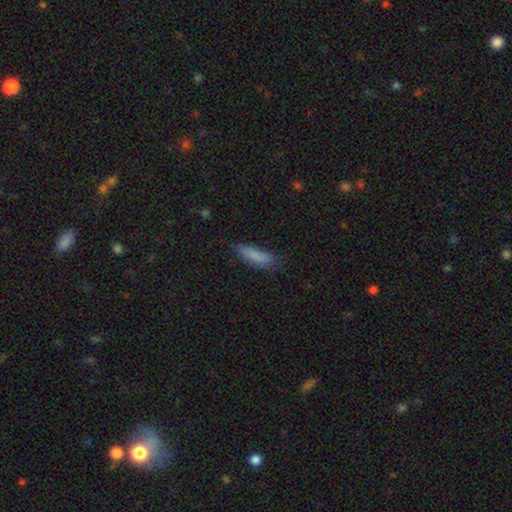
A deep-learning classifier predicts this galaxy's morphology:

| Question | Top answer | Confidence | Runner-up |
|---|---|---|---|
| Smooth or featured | smooth | 82% | featured or disk (10%) |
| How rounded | cigar-shaped | 58% | in between (40%) |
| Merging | none | 64% | minor disturbance (26%) |